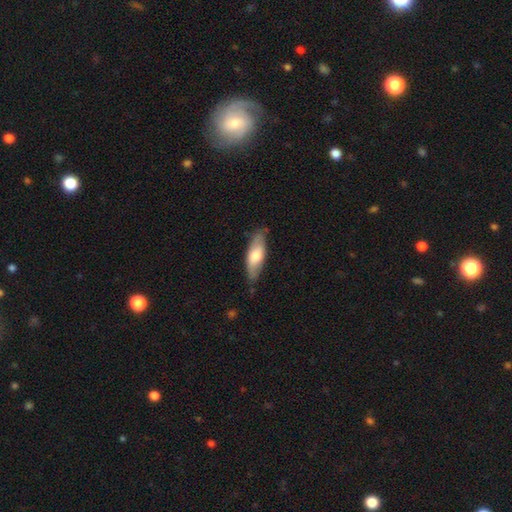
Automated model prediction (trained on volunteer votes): The model was most divided on "how rounded": in between: 60%, cigar-shaped: 38%, round: 2%. More confident: merging — none (77%); smooth or featured — smooth (63%).